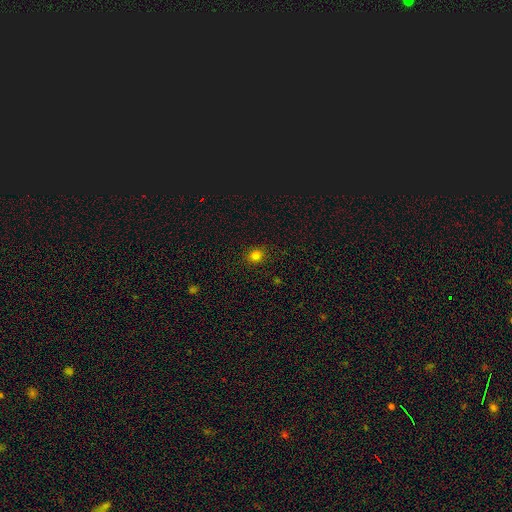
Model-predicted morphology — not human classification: A smooth galaxy with no disk features (79%) that is round (76%). Merging: none (90%).